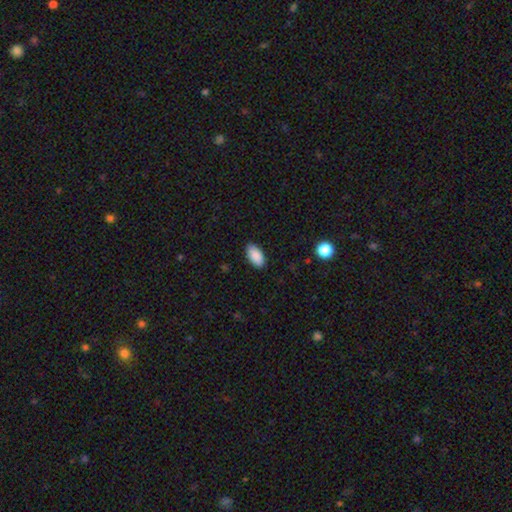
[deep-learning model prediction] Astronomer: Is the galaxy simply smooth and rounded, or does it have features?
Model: smooth — 90%.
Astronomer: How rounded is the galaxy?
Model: in between — 95%.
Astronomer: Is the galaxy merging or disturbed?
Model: none — 88%.